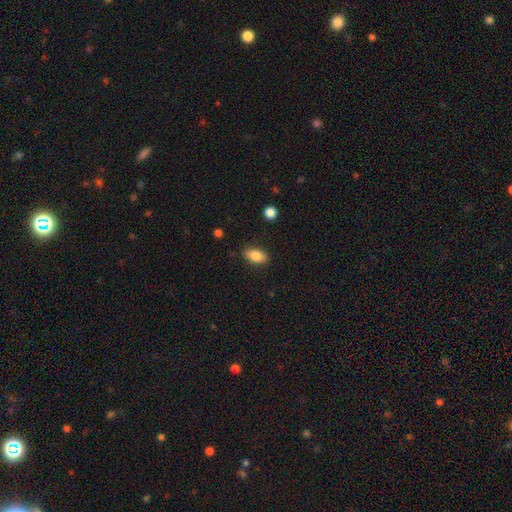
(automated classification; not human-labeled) Smooth or featured? smooth (84%)
How rounded? in between (90%)
Merging? none (86%)